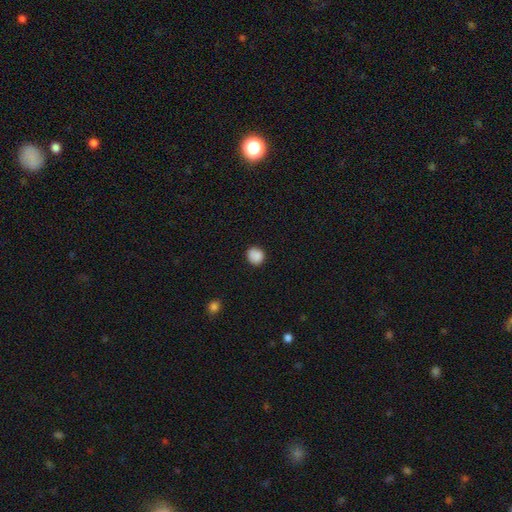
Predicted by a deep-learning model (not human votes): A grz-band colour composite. It shows a smooth galaxy with no disk features (87%) that is round (83%). Merging: none (82%).